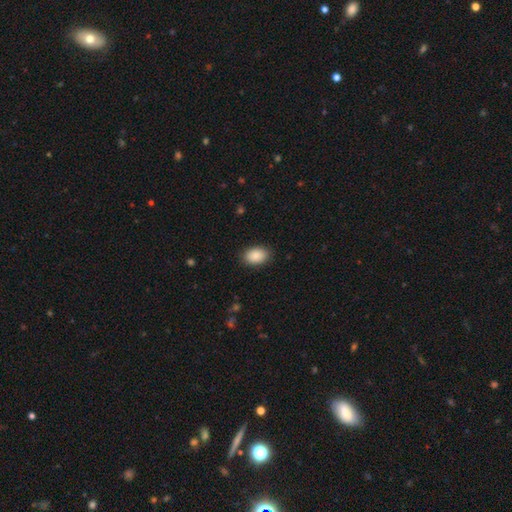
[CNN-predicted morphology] A smooth galaxy with no disk features (89%) that is in between round and cigar-shaped (84%). Merging: none (88%).